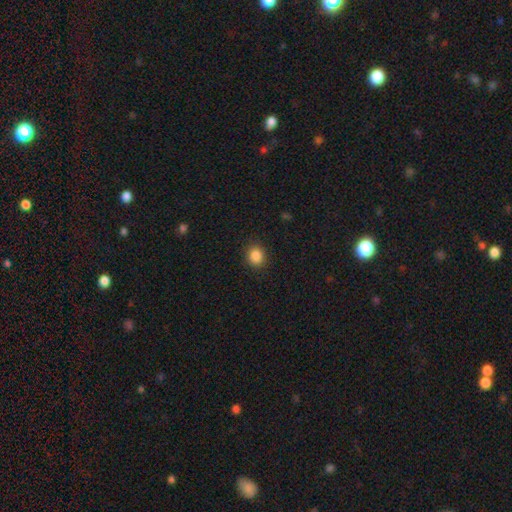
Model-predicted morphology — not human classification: Smooth or featured: smooth — 87% (star or artifact — 10%)
How rounded: round — 74% (in between — 25%)
Merging: none — 89% (minor disturbance — 7%)